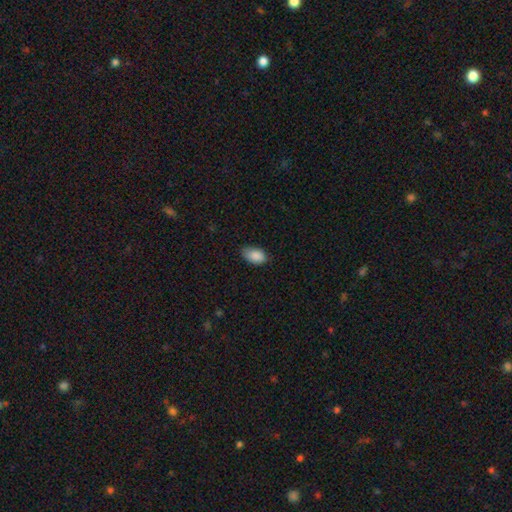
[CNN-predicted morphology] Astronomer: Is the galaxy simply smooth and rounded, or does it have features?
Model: smooth — 88%.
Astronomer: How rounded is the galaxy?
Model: in between — 92%.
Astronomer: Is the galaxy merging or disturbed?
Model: none — 70%.